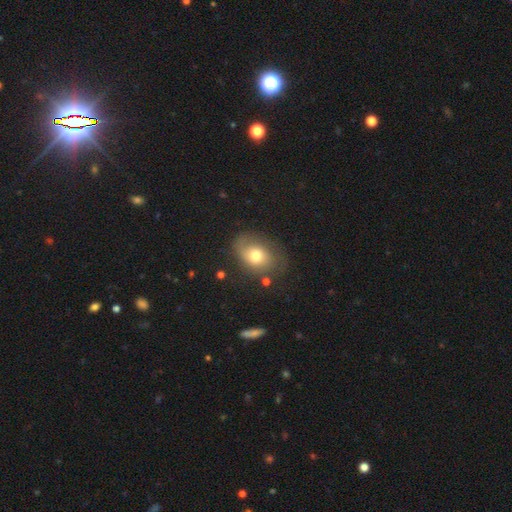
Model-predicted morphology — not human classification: smooth_or_featured: smooth (p=0.62) [alt: featured or disk p=0.28]
how_rounded: in between (p=0.65) [alt: round p=0.34]
merging: none (p=0.61) [alt: minor disturbance p=0.24]